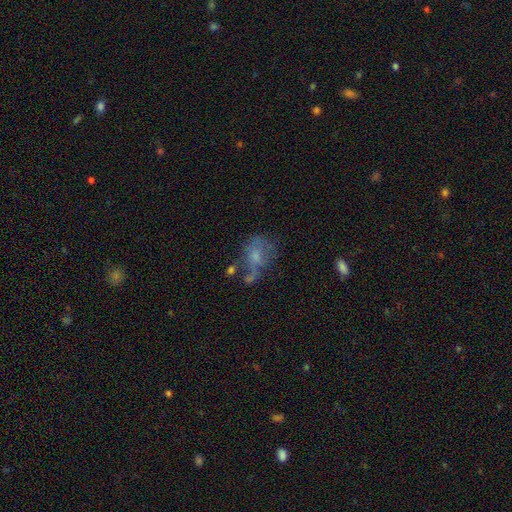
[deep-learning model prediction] A smooth galaxy with no disk features (45%). Merging: major disturbance (32%).